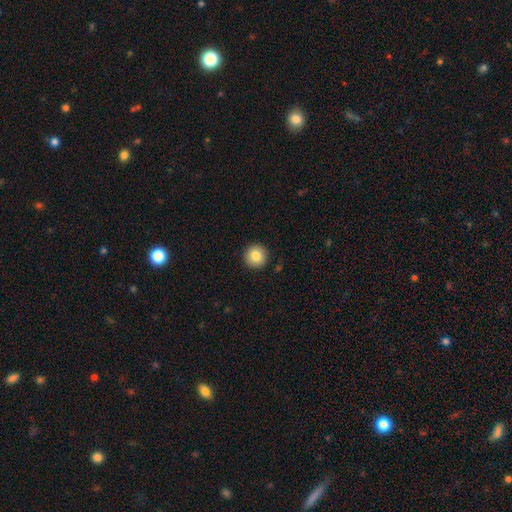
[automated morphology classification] A smooth galaxy with no disk features (85%) that is round (95%).

Vote fractions:
- Smooth or featured? smooth: 85% / star or artifact: 9% / featured or disk: 6%
- How rounded? round: 95% / in between: 4% / cigar-shaped: 1%
- Merging? none: 92% / minor disturbance: 6% / major disturbance: 2% / merger: 1%